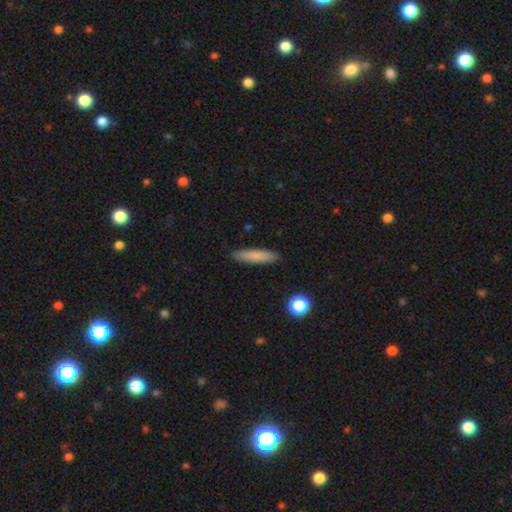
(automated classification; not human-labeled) This is clearly a smooth galaxy (81%). How rounded: clearly cigar-shaped (85%). Merging: clearly none (88%).